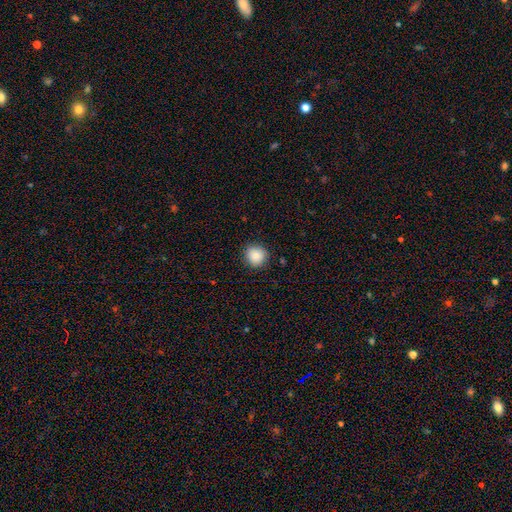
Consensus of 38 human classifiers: smooth 87%, star or artifact 8%, featured or disk 5%. Down the decision tree: how rounded — round (94%); merging — none (80%).